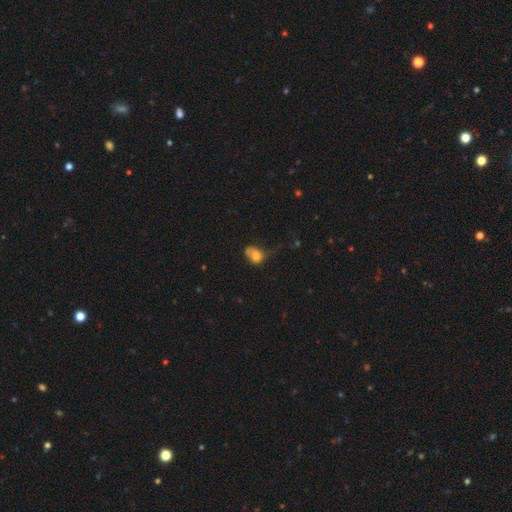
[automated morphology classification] Smooth or featured? smooth (73%)
How rounded? in between (69%)
Merging? major disturbance (35%)